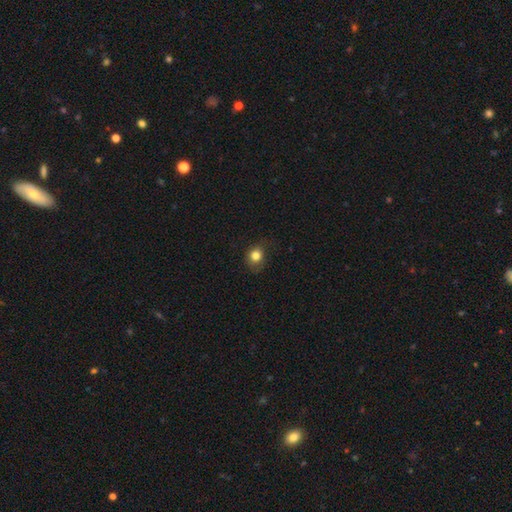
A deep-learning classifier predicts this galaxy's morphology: Q: Smooth or featured?
A: smooth (82%); runner-up: star or artifact (12%)
Q: How rounded?
A: round (74%); runner-up: in between (25%)
Q: Merging?
A: none (75%); runner-up: minor disturbance (19%)